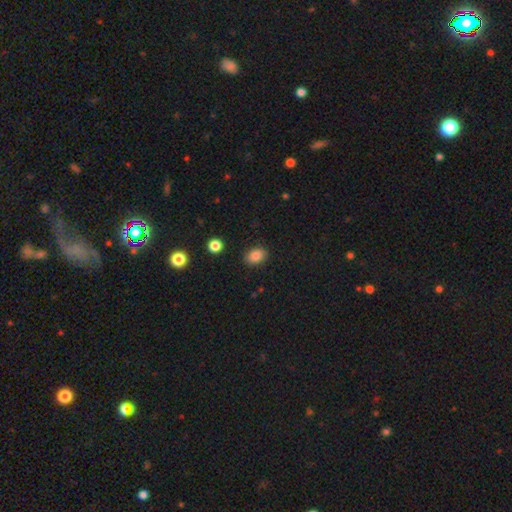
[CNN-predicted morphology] type=smooth (85%); roundness=in between (73%); merging=none (87%).